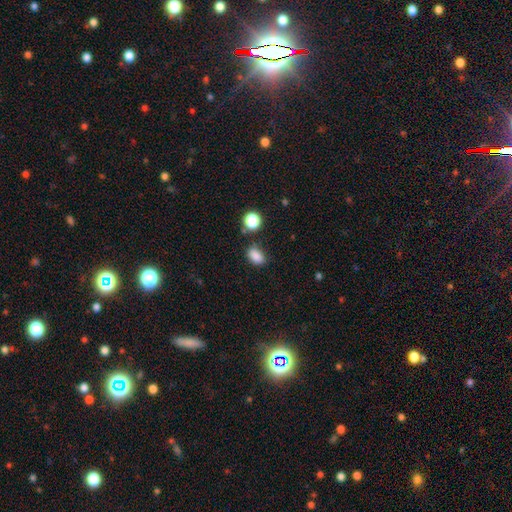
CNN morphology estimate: smooth_or_featured: smooth (p=0.85) [alt: star or artifact p=0.11]
how_rounded: in between (p=0.82) [alt: round p=0.17]
merging: none (p=0.75) [alt: minor disturbance p=0.15]